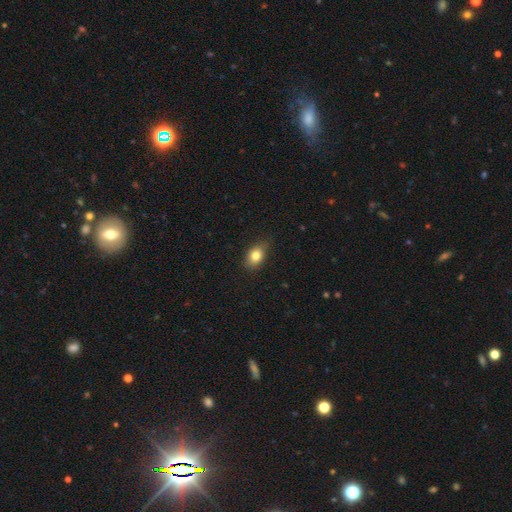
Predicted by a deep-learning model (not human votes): smooth_or_featured: smooth (p=0.81) [alt: featured or disk p=0.10]
how_rounded: in between (p=0.77) [alt: round p=0.21]
merging: none (p=0.79) [alt: minor disturbance p=0.17]